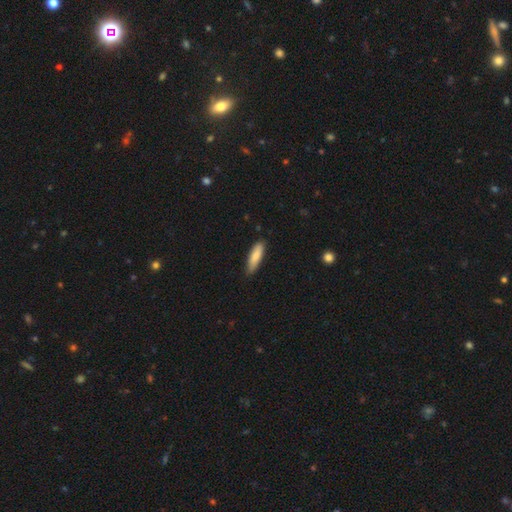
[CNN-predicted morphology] This appears to be a smooth galaxy with no disk features (82%) that is cigar-shaped (60%). Merging: none (79%).